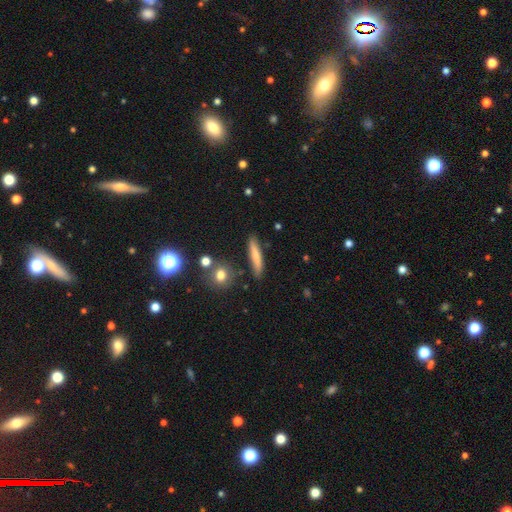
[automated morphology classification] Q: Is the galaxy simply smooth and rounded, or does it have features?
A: smooth — 73%.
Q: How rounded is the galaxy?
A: cigar-shaped — 87%.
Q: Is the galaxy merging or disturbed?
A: none — 83%.